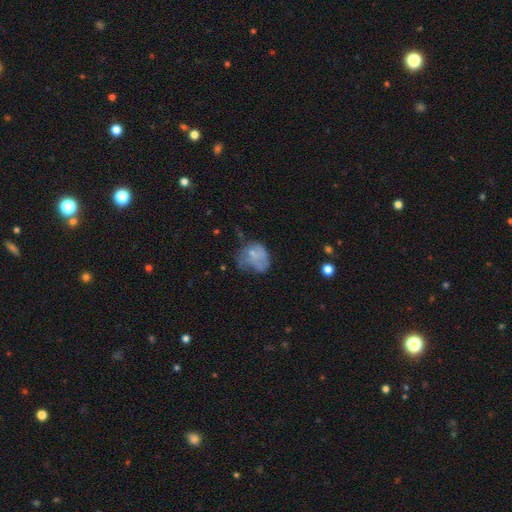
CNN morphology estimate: This appears to be a smooth galaxy with no disk features (58%) that is round (55%). Merging: major disturbance (34%).